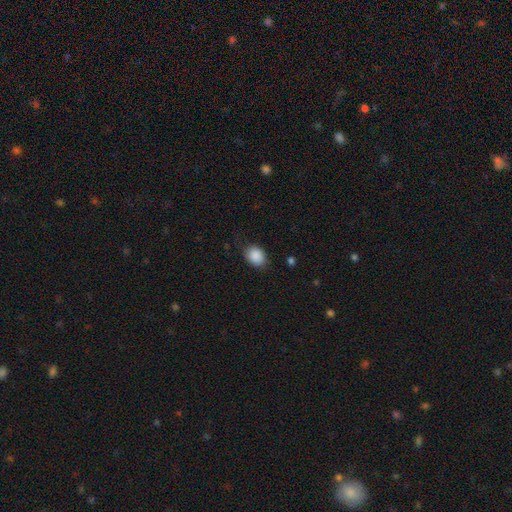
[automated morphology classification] Smooth or featured?
  - smooth: 89% *
  - star or artifact: 8%
  - featured or disk: 4%
How rounded?
  - in between: 60% *
  - round: 39%
  - cigar-shaped: 1%
Merging?
  - none: 78% *
  - minor disturbance: 17%
  - major disturbance: 4%
  - merger: 1%